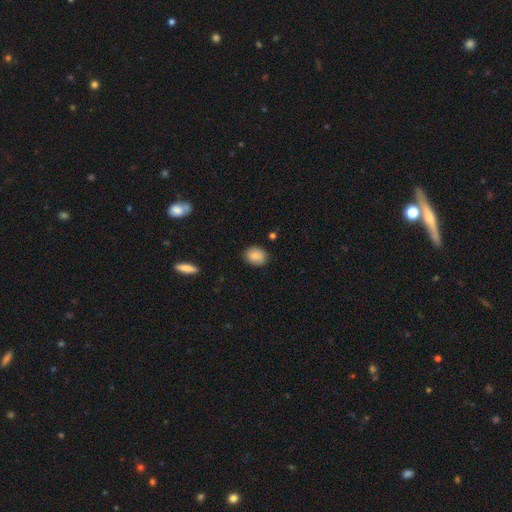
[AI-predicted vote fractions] This appears to be a smooth galaxy with no disk features (86%) that is round (56%). Merging: none (86%).